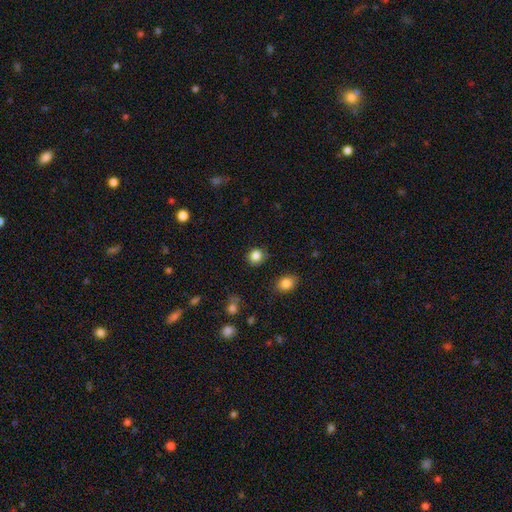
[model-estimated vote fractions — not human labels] Q: Smooth or featured?
A: smooth (85%); runner-up: star or artifact (10%)
Q: How rounded?
A: round (75%); runner-up: in between (24%)
Q: Merging?
A: none (83%); runner-up: minor disturbance (12%)